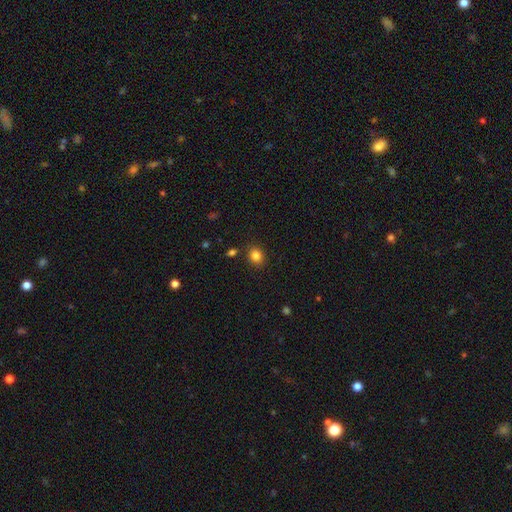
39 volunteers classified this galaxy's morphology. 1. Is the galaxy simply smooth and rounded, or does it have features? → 85% smooth, 8% featured or disk, 8% star or artifact.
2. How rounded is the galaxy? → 76% round, 24% in between, 0% cigar-shaped.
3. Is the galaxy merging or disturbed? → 81% none, 8% minor disturbance, 8% merger, 3% major disturbance.